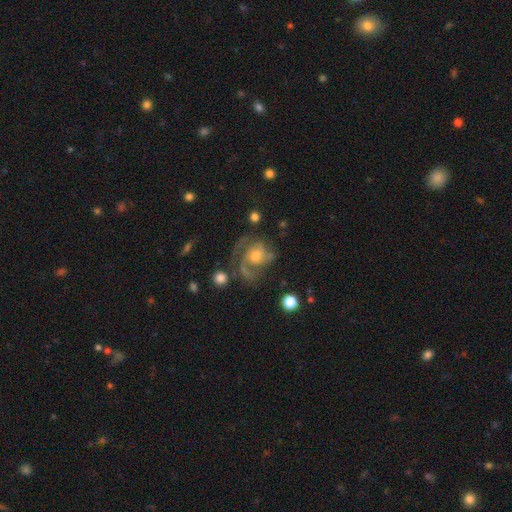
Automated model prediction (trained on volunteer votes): This appears to be a featured or disk galaxy (82%) with no bar (71%), 2 (43%) medium (48%) spiral arms (94%) and a moderate central bulge (56%). Merging: none (54%).